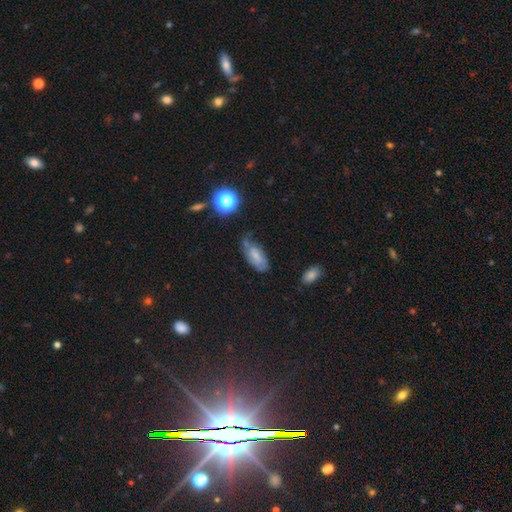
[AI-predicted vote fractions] The model was most divided on "smooth or featured": smooth: 48%, featured or disk: 40%, star or artifact: 12%. More confident: merging — none (53%).